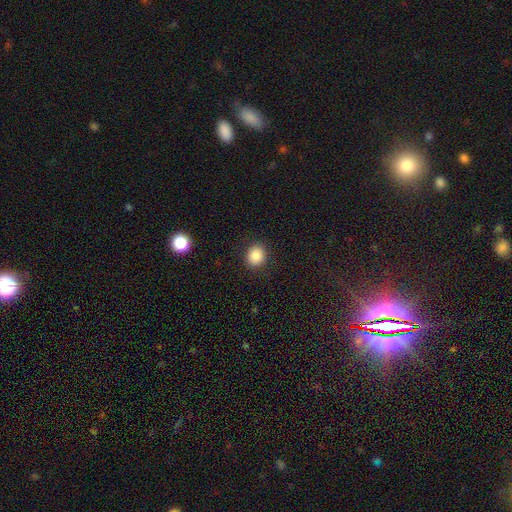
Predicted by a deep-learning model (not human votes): Smooth or featured: smooth — 86% (star or artifact — 10%)
How rounded: round — 73% (in between — 26%)
Merging: none — 89% (minor disturbance — 7%)